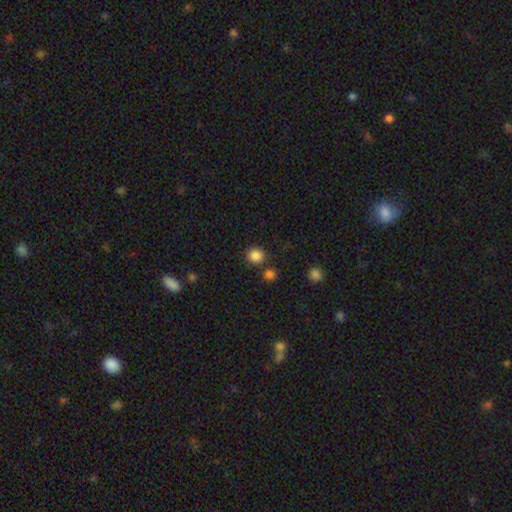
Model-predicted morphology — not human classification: This appears to be a smooth galaxy with no disk features (85%) that is round (88%). Merging: none (80%).